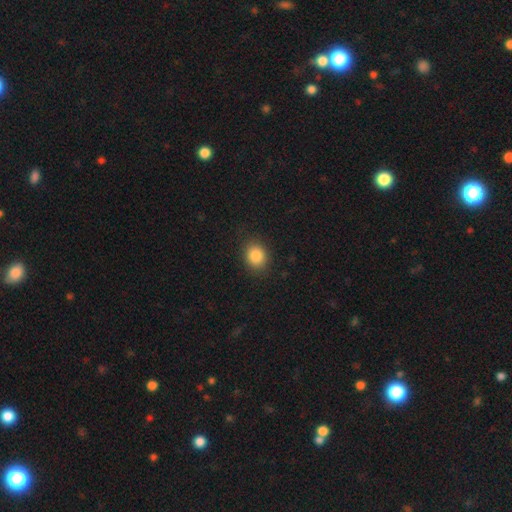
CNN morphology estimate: A smooth galaxy with no disk features (86%) that is round (59%).

Vote fractions:
- Smooth or featured? smooth: 86% / star or artifact: 9% / featured or disk: 5%
- How rounded? round: 59% / in between: 40% / cigar-shaped: 1%
- Merging? none: 86% / minor disturbance: 10% / major disturbance: 3% / merger: 1%